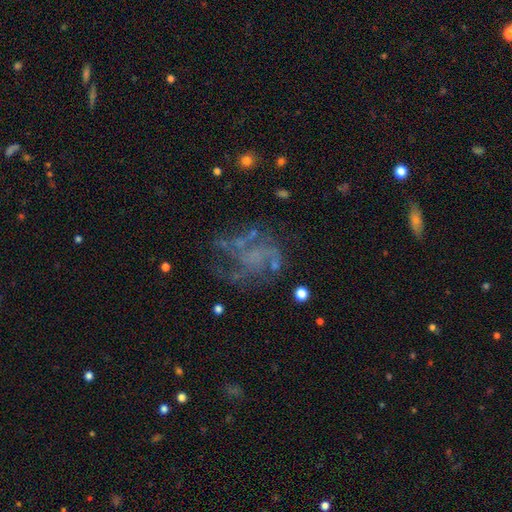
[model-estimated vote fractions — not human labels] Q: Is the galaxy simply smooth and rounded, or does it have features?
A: featured or disk — 66%.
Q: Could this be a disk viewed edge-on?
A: no — 98%.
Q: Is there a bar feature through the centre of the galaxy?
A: no — 81%.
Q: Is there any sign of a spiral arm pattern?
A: yes — 57%.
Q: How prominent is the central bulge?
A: none — 74%.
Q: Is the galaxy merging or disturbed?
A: none — 45%.